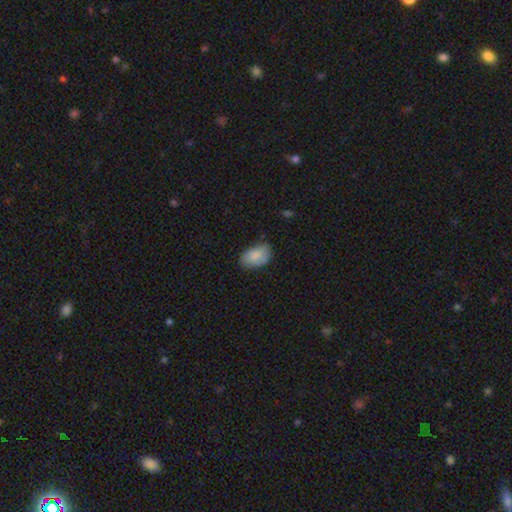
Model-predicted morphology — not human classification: smooth 85%, featured or disk 9%, star or artifact 6%. Down the decision tree: how rounded — in between (92%); merging — none (74%).